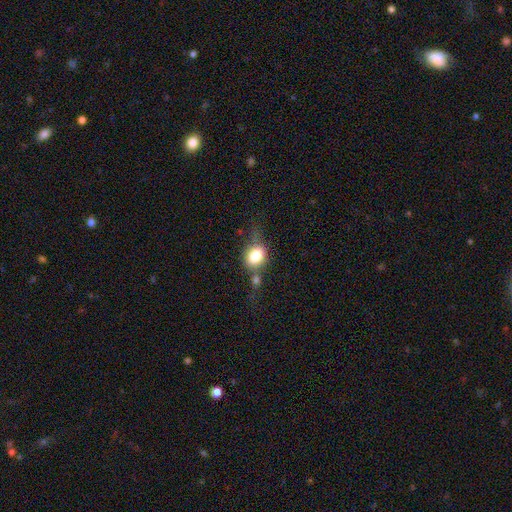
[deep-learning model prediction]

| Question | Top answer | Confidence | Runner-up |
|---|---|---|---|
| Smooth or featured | smooth | 71% | featured or disk (19%) |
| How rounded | in between | 54% | round (44%) |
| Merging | none | 42% | minor disturbance (23%) |